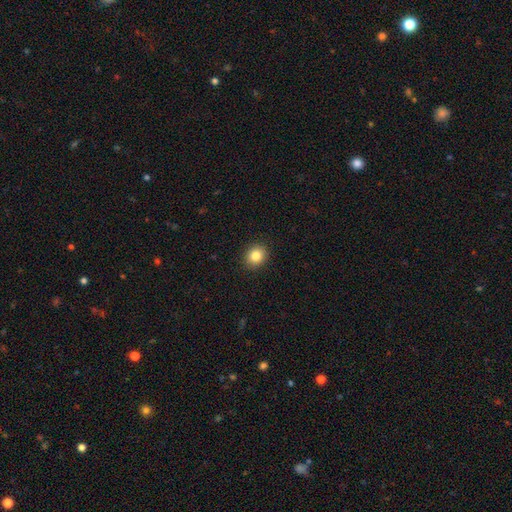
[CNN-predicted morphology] smooth_or_featured: smooth (p=0.84) [alt: star or artifact p=0.10]
how_rounded: round (p=0.75) [alt: in between p=0.24]
merging: none (p=0.92) [alt: minor disturbance p=0.06]